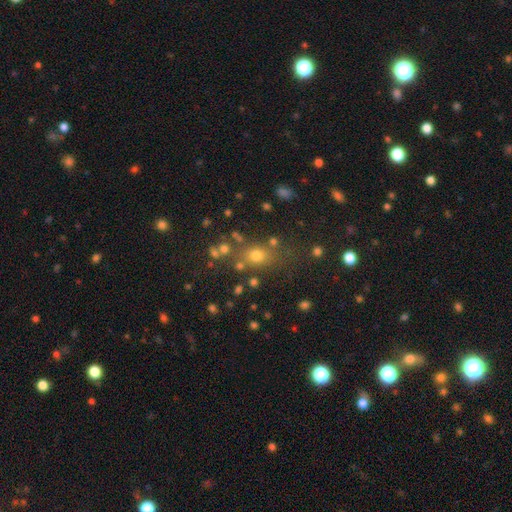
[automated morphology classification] smooth 63%, star or artifact 25%, featured or disk 11%. Down the decision tree: how rounded — round (62%); merging — none (70%).